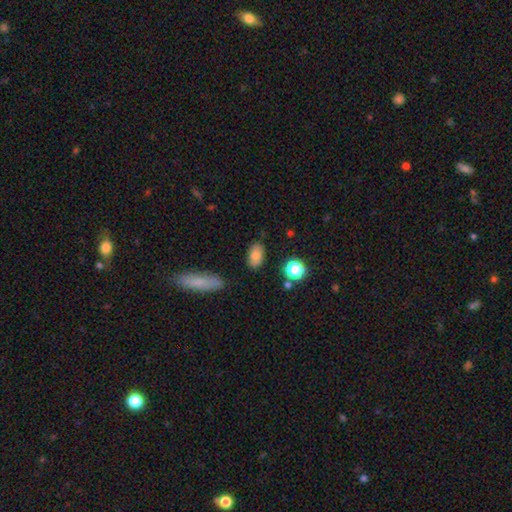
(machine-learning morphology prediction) smooth_or_featured: smooth (p=0.82) [alt: star or artifact p=0.10]
how_rounded: in between (p=0.89) [alt: round p=0.08]
merging: none (p=0.82) [alt: minor disturbance p=0.13]